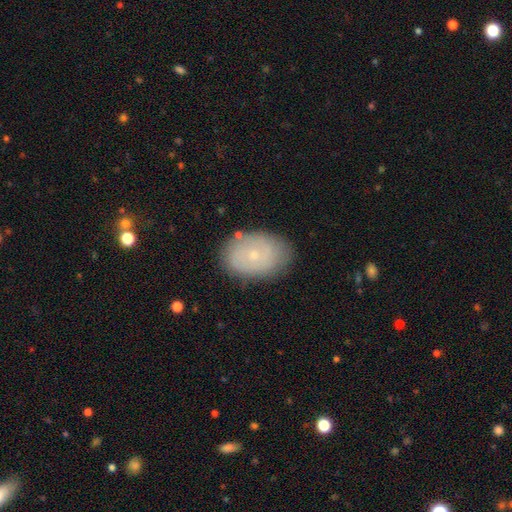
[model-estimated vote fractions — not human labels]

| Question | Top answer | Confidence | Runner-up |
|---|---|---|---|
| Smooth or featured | smooth | 51% | featured or disk (36%) |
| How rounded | in between | 85% | round (13%) |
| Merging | none | 83% | minor disturbance (13%) |